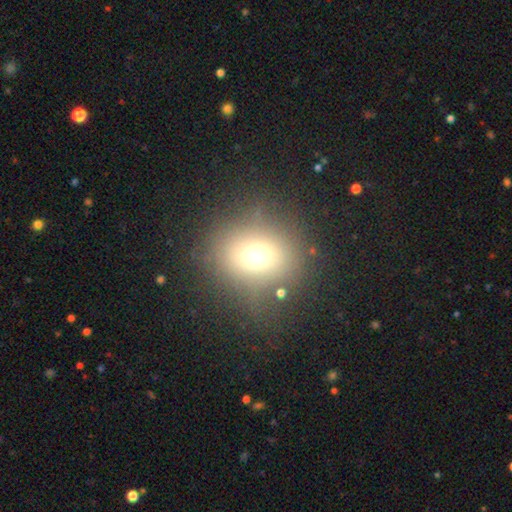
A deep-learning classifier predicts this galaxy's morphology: smooth-or-featured: smooth: 65% | star or artifact: 21% | featured or disk: 14%
  how-rounded: round: 74% | in between: 24% | cigar-shaped: 2%
  merging: none: 78% | minor disturbance: 13% | major disturbance: 7% | merger: 3%